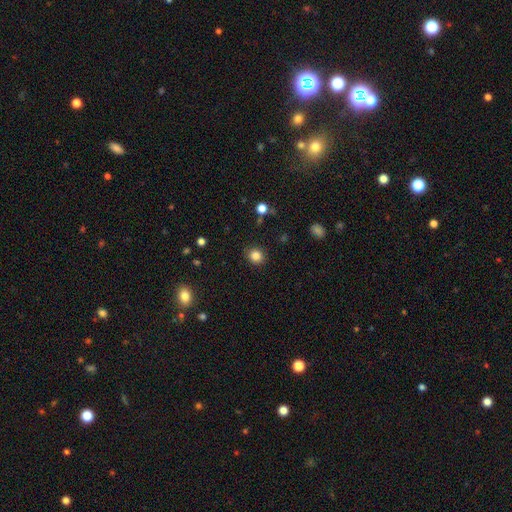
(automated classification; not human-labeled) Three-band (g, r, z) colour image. It shows a smooth galaxy with no disk features (84%) that is round (77%). Merging: none (89%).